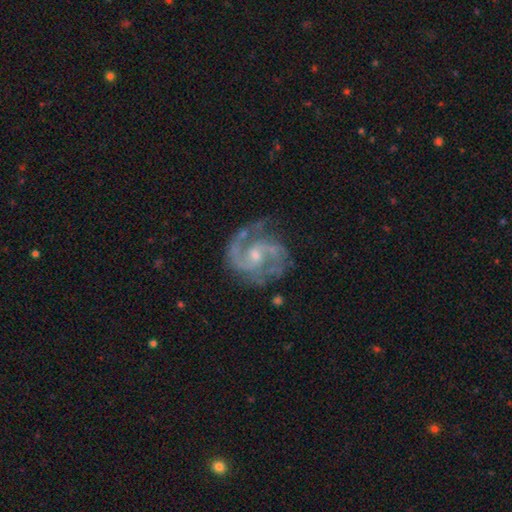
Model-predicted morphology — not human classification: Smooth or featured? featured or disk (88%)
Edge-on disk? no (98%)
Bar? weak (46%)
Spiral arms? yes (98%)
Spiral winding? medium (56%)
Spiral arm count? 2 (77%)
Bulge size? small (57%)
Merging? none (72%)